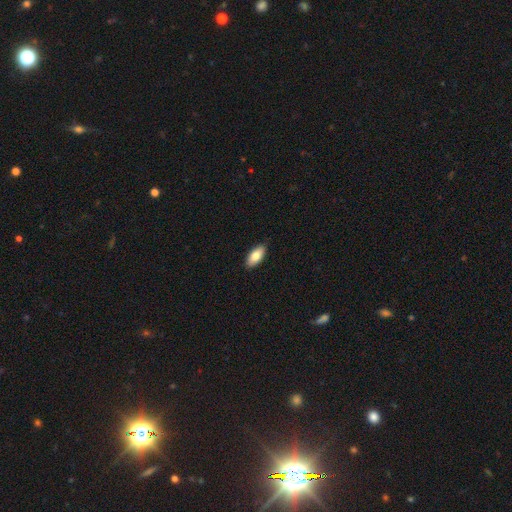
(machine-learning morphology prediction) The model was most divided on "smooth or featured": smooth: 80%, featured or disk: 14%, star or artifact: 6%. More confident: merging — none (90%); how rounded — in between (89%).